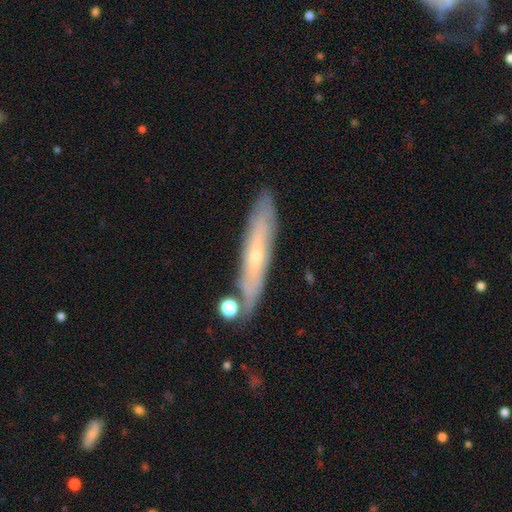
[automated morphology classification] Q: Smooth or featured?
A: featured or disk (58%); runner-up: smooth (34%)
Q: Edge-on disk?
A: yes (64%); runner-up: no (36%)
Q: Merging?
A: none (80%); runner-up: minor disturbance (12%)